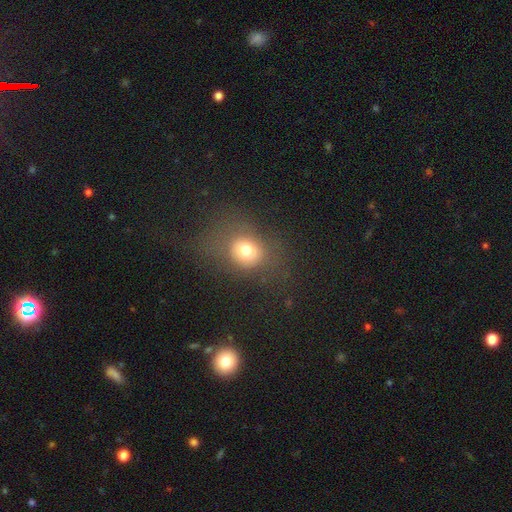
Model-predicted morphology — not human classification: A smooth galaxy with no disk features (59%) that is round (61%). Merging: none (75%).